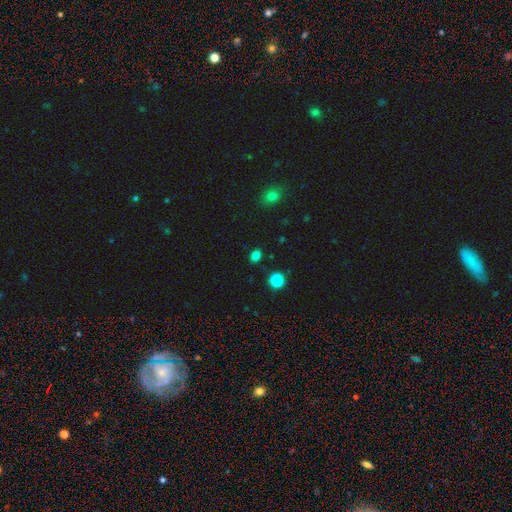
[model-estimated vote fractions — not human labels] Smooth or featured: smooth — 78% (star or artifact — 18%)
How rounded: in between — 54% (round — 45%)
Merging: none — 86% (minor disturbance — 9%)